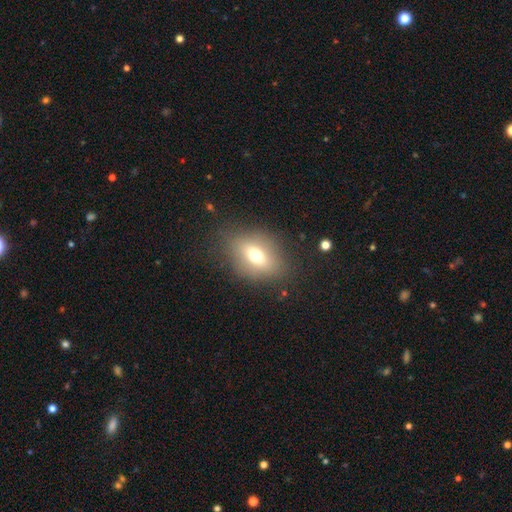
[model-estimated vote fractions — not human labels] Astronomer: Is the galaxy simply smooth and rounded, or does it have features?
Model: smooth — 66%.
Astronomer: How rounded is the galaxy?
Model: in between — 69%.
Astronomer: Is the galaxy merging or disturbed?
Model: none — 79%.